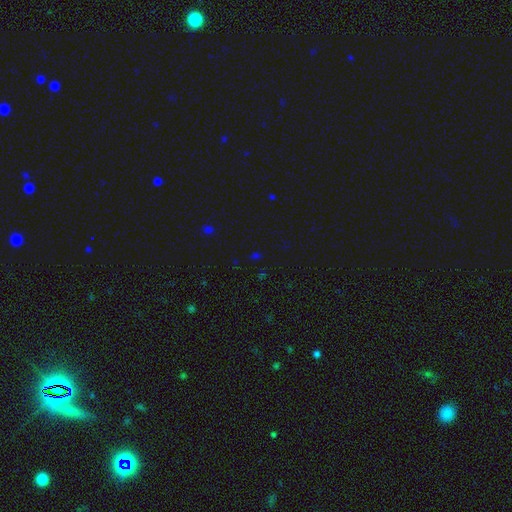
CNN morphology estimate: A star or artifact, not a galaxy (61%).